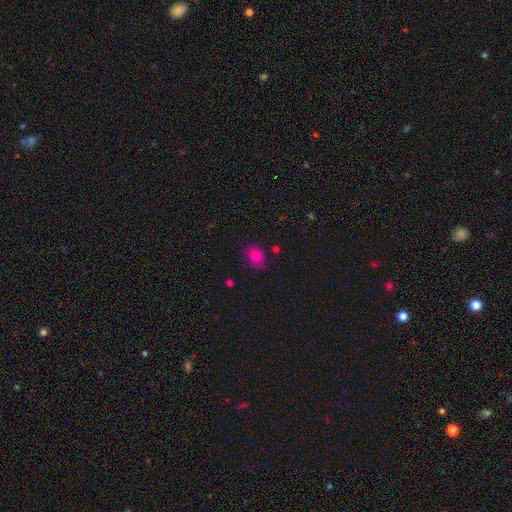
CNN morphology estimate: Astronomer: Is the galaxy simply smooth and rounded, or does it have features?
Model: smooth — 80%.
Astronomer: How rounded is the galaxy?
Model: round — 50% (runner-up: in between, 49%).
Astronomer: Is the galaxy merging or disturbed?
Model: none — 72%.